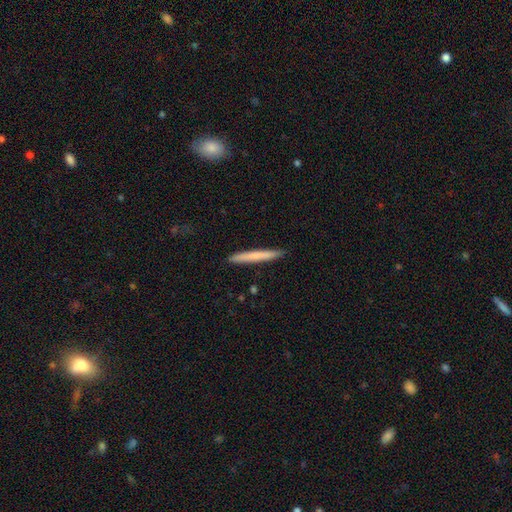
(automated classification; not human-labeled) Smooth or featured: smooth — 70% (featured or disk — 24%)
How rounded: cigar-shaped — 97% (in between — 2%)
Merging: none — 91% (minor disturbance — 6%)